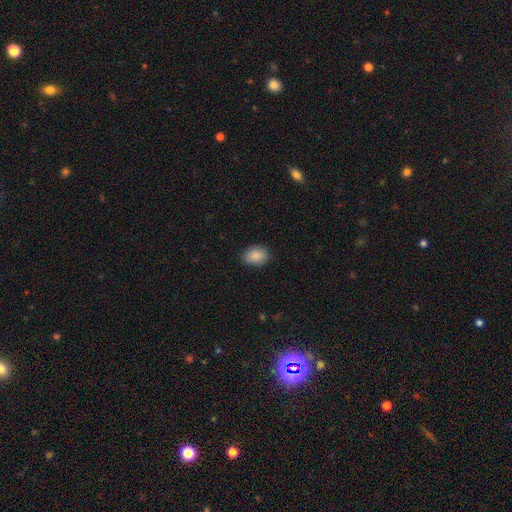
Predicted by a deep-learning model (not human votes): smooth 89%, star or artifact 7%, featured or disk 4%. Down the decision tree: how rounded — in between (77%); merging — none (86%).